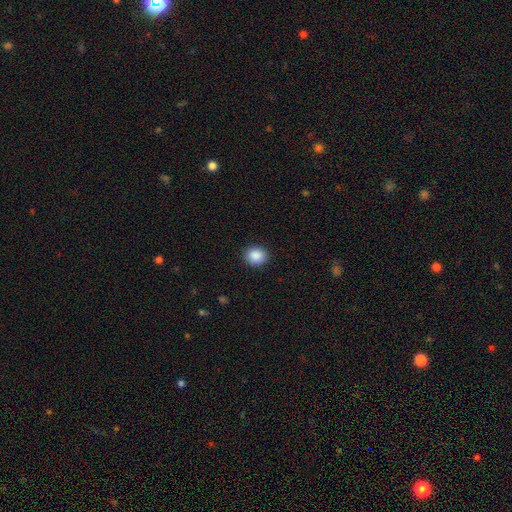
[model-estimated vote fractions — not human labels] A smooth galaxy with no disk features (89%) that is round (72%). Merging: none (90%).